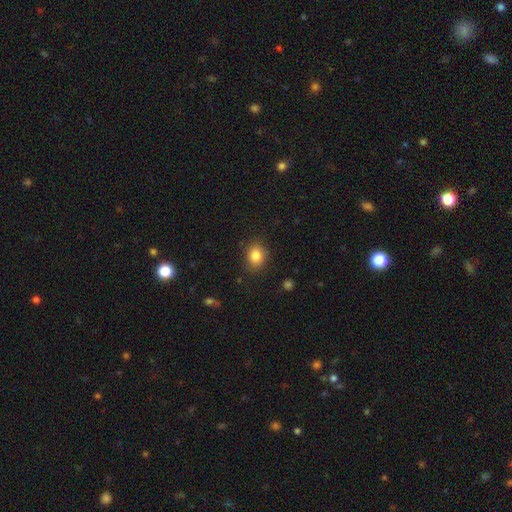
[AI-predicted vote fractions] Morphology: type=smooth (84%); roundness=in between (50%); merging=none (85%).